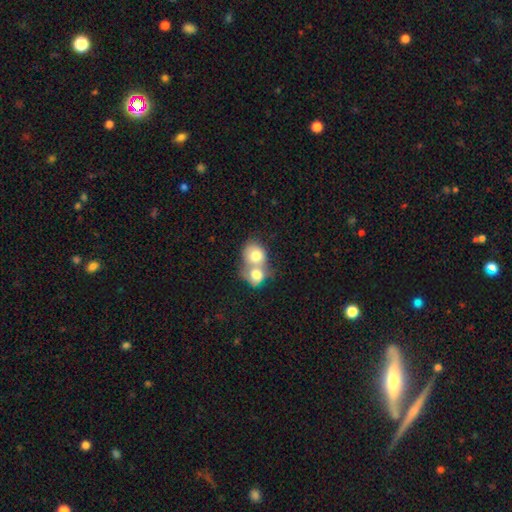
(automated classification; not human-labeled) The model was most divided on "how rounded": round: 64%, in between: 35%, cigar-shaped: 1%. More confident: merging — merger (75%); smooth or featured — smooth (72%).